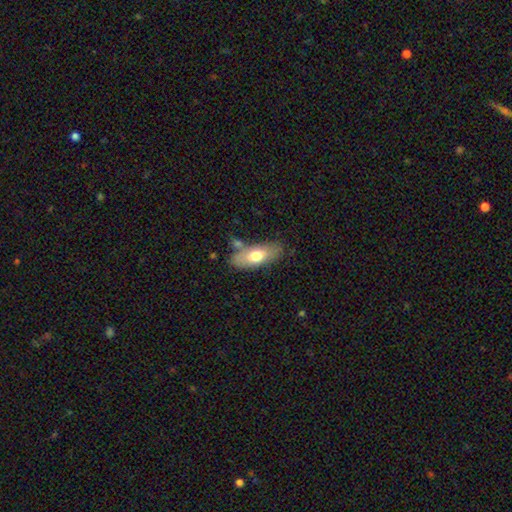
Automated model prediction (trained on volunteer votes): Smooth or featured? smooth (67%)
How rounded? in between (78%)
Merging? none (71%)